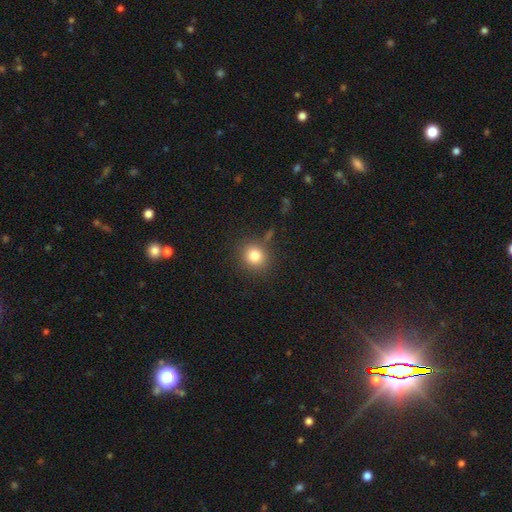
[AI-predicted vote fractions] Smooth or featured: smooth — 81% (star or artifact — 12%)
How rounded: round — 84% (in between — 16%)
Merging: none — 82% (minor disturbance — 10%)